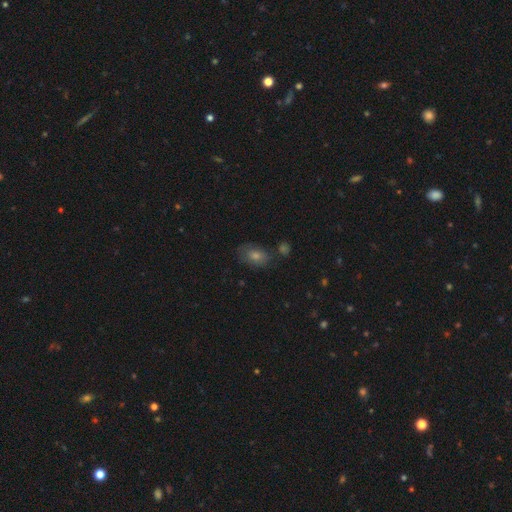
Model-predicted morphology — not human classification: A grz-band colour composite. It shows a smooth galaxy with no disk features (61%) that is in between round and cigar-shaped (77%). Merging: none (73%).